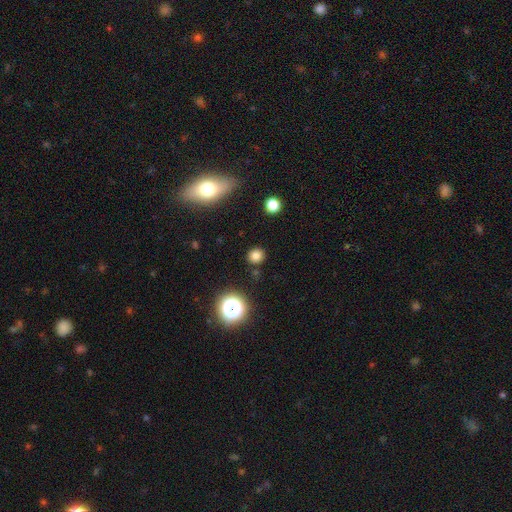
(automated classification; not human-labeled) Smooth or featured? smooth (78%)
How rounded? round (88%)
Merging? none (87%)